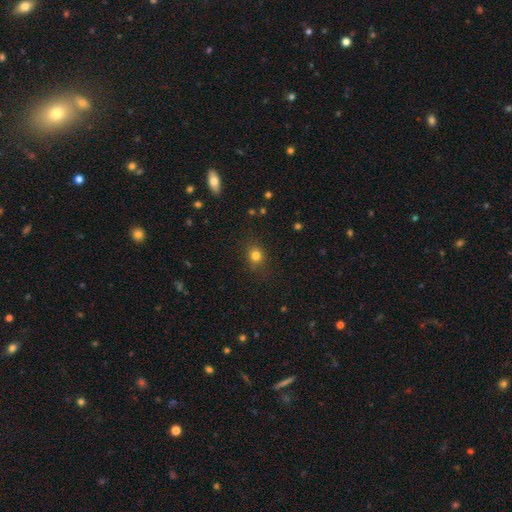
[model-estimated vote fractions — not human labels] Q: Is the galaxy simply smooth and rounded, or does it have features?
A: smooth — 80%.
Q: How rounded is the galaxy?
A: round — 72%.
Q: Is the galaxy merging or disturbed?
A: none — 85%.